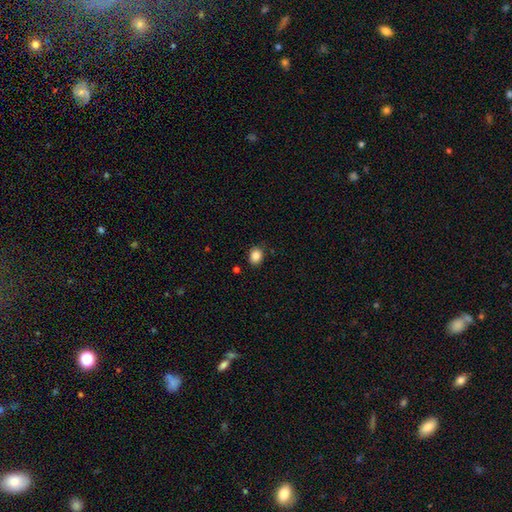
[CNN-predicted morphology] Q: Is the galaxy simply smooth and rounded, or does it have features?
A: smooth — 86%.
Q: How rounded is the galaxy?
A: round — 54%.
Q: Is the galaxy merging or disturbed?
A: none — 86%.